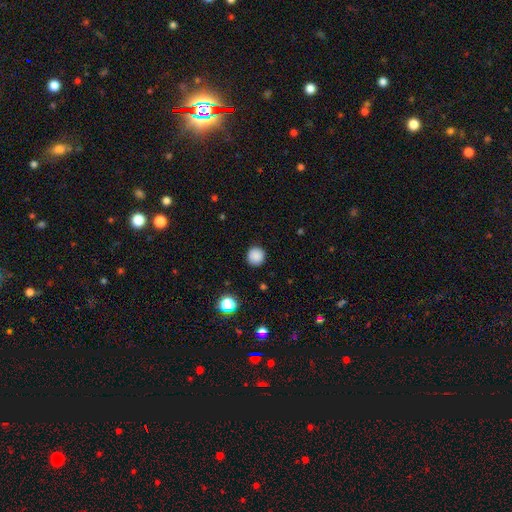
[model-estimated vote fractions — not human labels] smooth 86%, star or artifact 11%, featured or disk 3%. Down the decision tree: how rounded — round (95%); merging — none (92%).